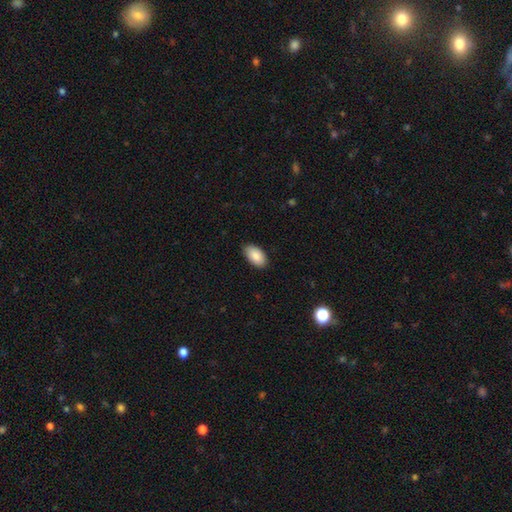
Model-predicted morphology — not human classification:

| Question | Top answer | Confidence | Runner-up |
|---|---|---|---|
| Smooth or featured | smooth | 88% | star or artifact (6%) |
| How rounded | in between | 95% | round (3%) |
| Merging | none | 88% | minor disturbance (9%) |